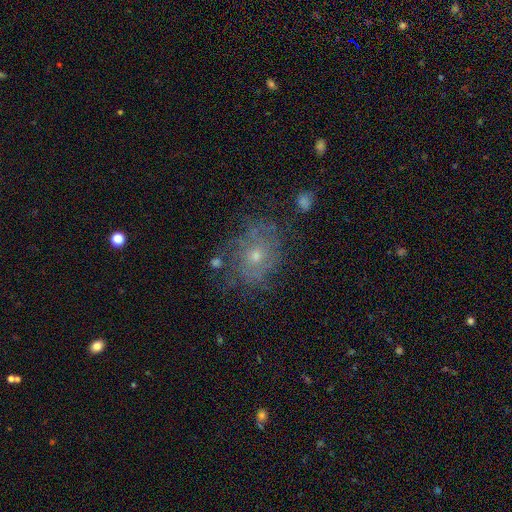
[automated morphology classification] The model was most divided on "bulge size": moderate: 48%, small: 46%, large: 3%, none: 2%, dominant: 1%. More confident: edge-on disk — no (96%); bar — no (84%); merging — none (70%); spiral arms — yes (68%); smooth or featured — featured or disk (53%).